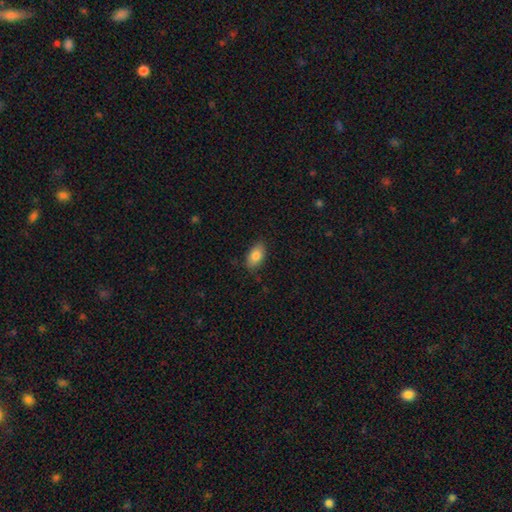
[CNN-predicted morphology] Q: Smooth or featured?
A: smooth (84%); runner-up: featured or disk (9%)
Q: How rounded?
A: in between (92%); runner-up: round (5%)
Q: Merging?
A: none (84%); runner-up: minor disturbance (13%)